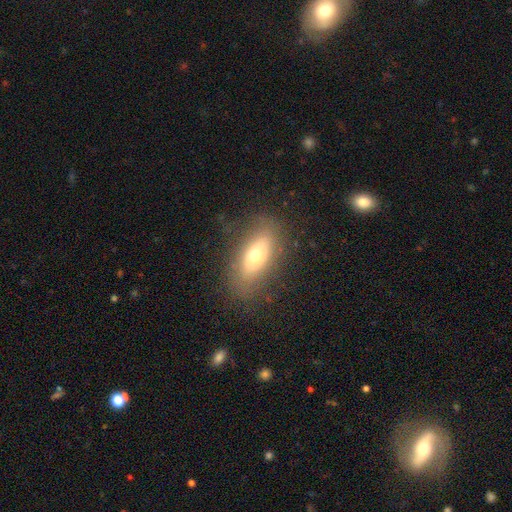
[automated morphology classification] Smooth or featured: smooth — 60% (featured or disk — 31%)
How rounded: in between — 78% (cigar-shaped — 16%)
Merging: none — 79% (minor disturbance — 13%)